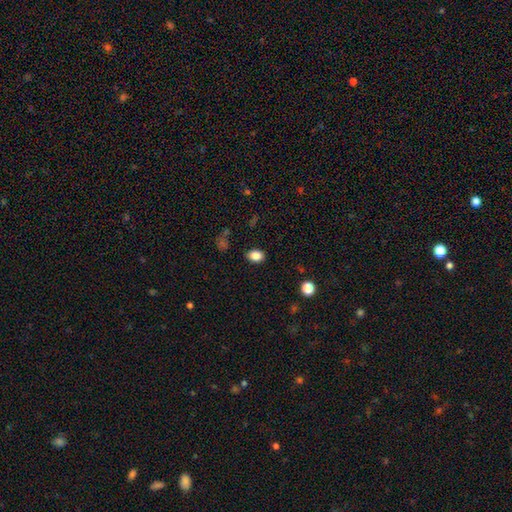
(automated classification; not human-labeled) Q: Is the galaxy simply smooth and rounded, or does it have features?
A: smooth — 86%.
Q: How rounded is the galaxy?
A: in between — 74%.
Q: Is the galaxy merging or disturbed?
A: none — 87%.